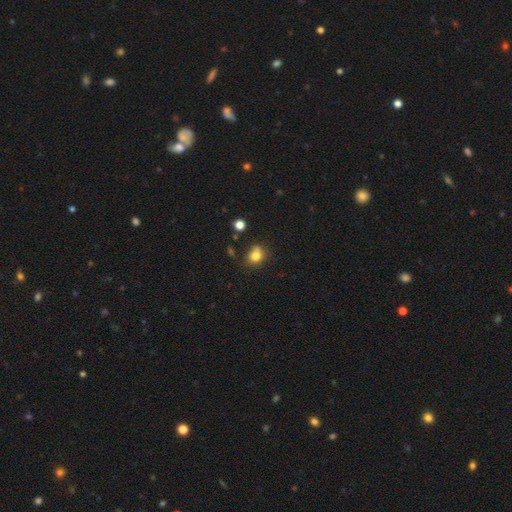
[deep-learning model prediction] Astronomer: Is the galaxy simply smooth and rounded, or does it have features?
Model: smooth — 79%.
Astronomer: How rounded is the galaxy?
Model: round — 63%.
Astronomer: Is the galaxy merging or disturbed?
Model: none — 57%.